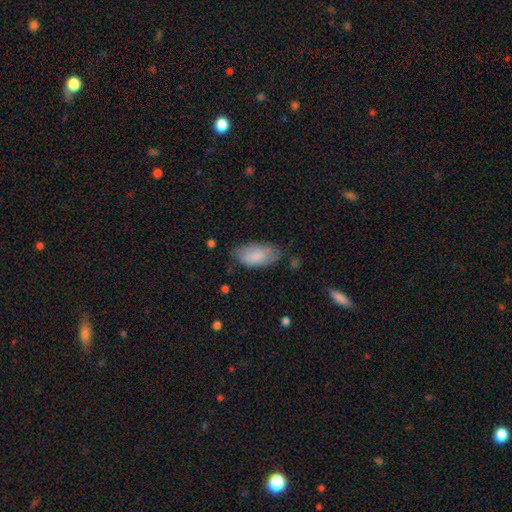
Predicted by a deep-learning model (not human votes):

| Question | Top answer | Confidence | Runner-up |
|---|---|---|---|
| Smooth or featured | smooth | 75% | featured or disk (18%) |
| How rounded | in between | 93% | cigar-shaped (4%) |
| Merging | none | 62% | minor disturbance (28%) |